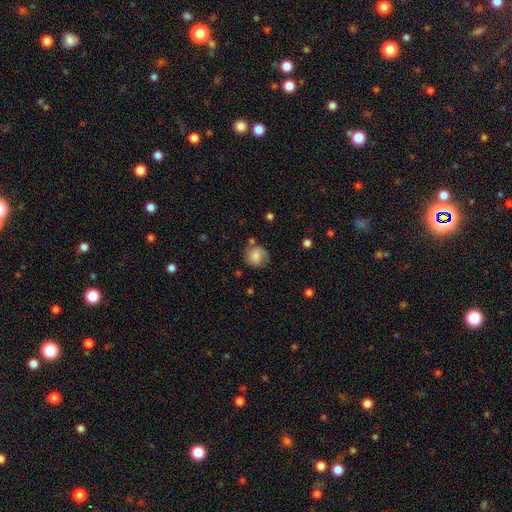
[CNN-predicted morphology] Q: Smooth or featured?
A: smooth (60%); runner-up: featured or disk (32%)
Q: How rounded?
A: round (80%); runner-up: in between (19%)
Q: Merging?
A: none (59%); runner-up: minor disturbance (24%)